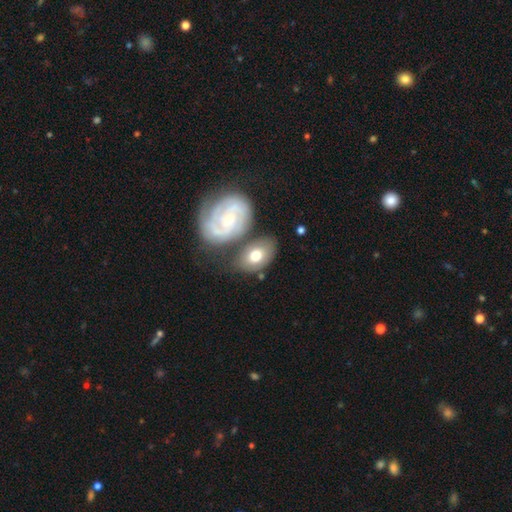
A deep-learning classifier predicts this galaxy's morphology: Smooth or featured? smooth (49%)
Merging? none (59%)